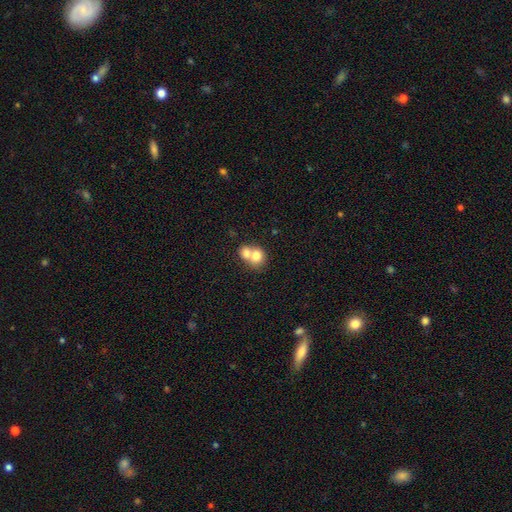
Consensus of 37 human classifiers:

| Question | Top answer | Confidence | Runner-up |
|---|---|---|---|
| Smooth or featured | smooth | 86% | featured or disk (11%) |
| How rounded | round | 75% | in between (25%) |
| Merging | merger | 75% | none (17%) |